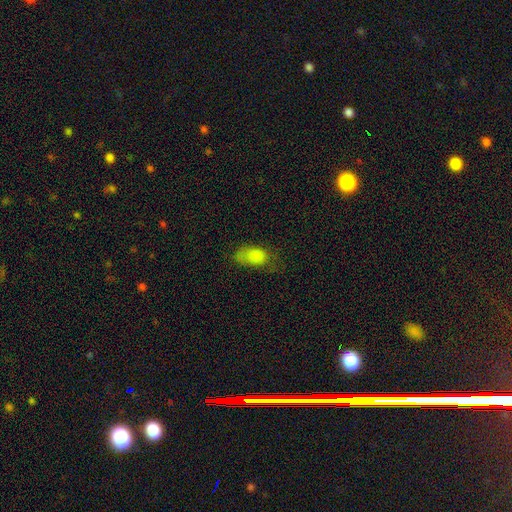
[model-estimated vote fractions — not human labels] Overall: smooth (80%). How rounded: in between (86%). Merging: none (42%; minor disturbance 34%).